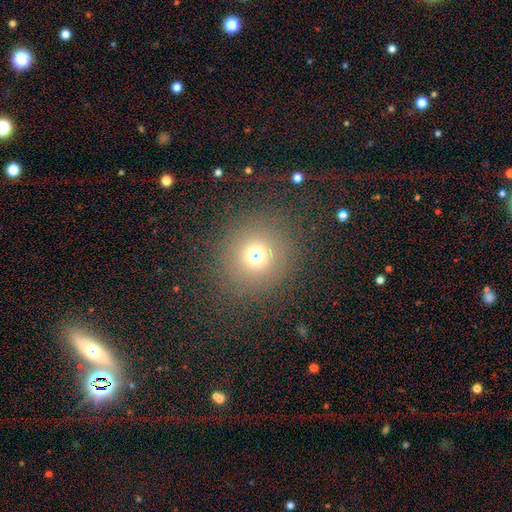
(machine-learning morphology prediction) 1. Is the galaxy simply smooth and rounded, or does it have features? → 66% smooth, 25% star or artifact, 9% featured or disk.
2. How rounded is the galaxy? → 92% round, 7% in between, 1% cigar-shaped.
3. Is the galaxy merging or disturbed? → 84% none, 8% minor disturbance, 5% major disturbance, 4% merger.